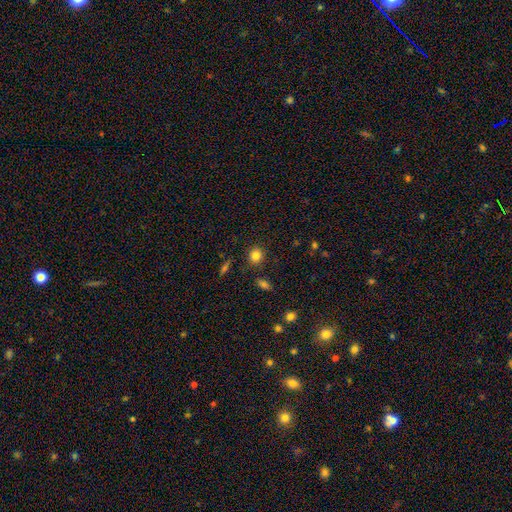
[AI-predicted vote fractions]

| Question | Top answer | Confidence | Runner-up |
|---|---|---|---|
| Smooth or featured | smooth | 83% | star or artifact (11%) |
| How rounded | round | 81% | in between (18%) |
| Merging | none | 86% | minor disturbance (8%) |